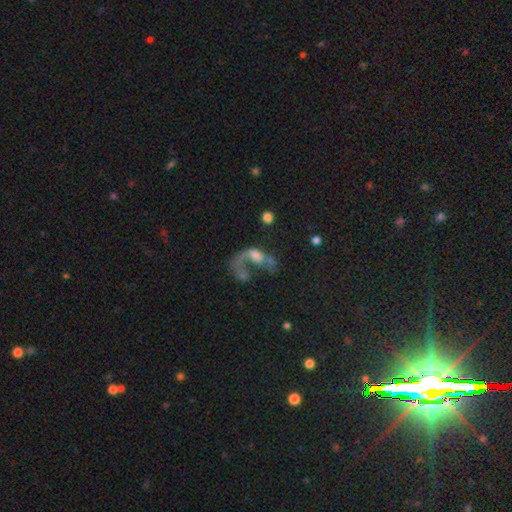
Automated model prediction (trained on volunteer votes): This is possibly a featured or disk galaxy (50%). It is clearly not viewed edge-on (95%). Merging: possibly major disturbance (48%).